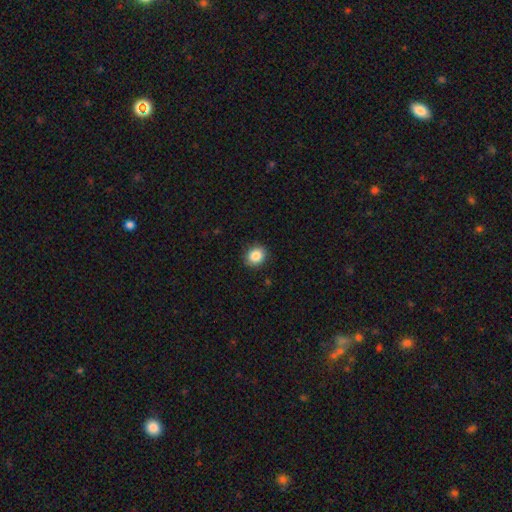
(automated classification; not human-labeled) Morphology: type=smooth (87%); roundness=round (72%); merging=none (90%).